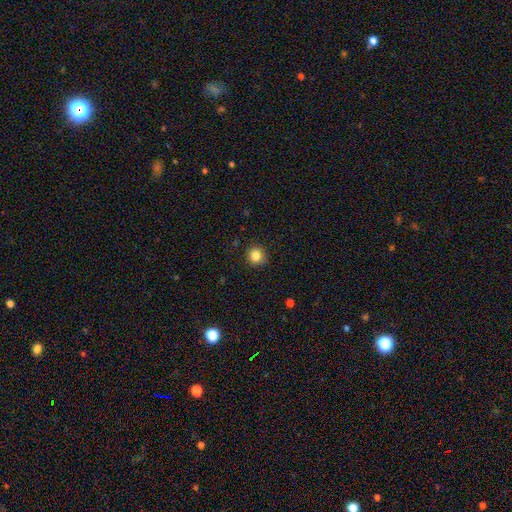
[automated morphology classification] type=smooth (84%); roundness=round (92%); merging=none (89%).